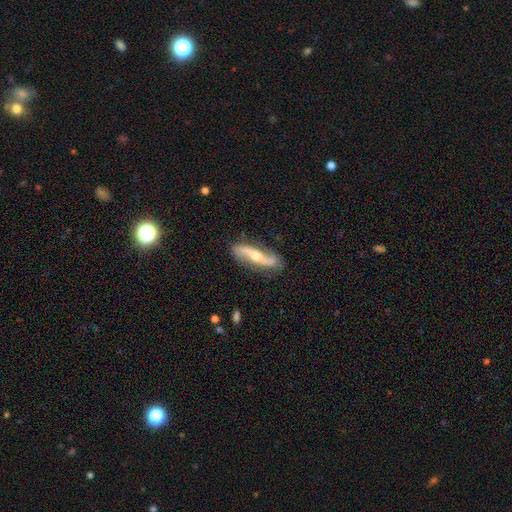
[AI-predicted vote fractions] A featured or disk galaxy (76%) with no bar (48%), spiral arms (90%) and a moderate central bulge (64%). Merging: none (80%).